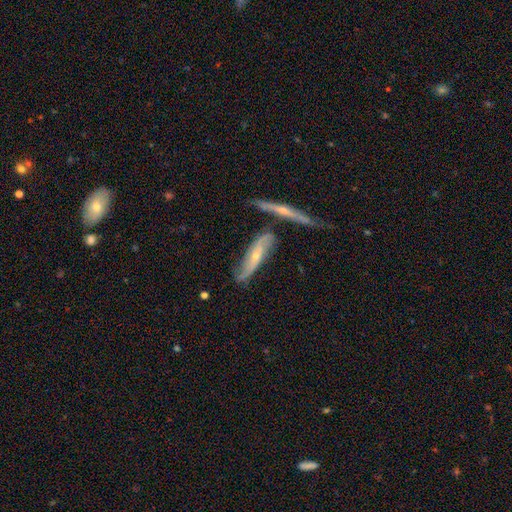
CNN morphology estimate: This is likely a featured or disk galaxy (78%). It is possibly not viewed edge-on (59%). Merging: possibly none (54%).